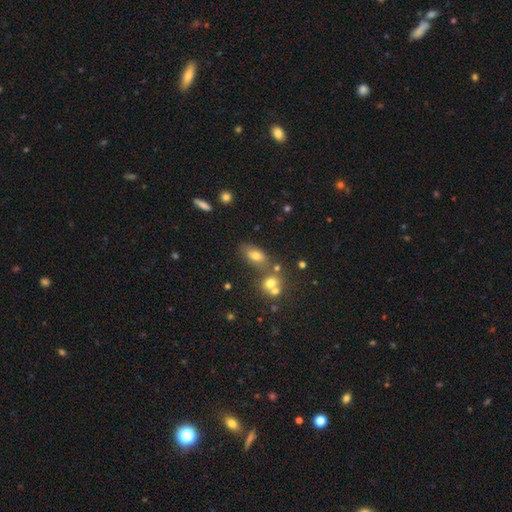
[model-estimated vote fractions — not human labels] Smooth or featured?
  - smooth: 69% *
  - featured or disk: 17%
  - star or artifact: 14%
How rounded?
  - in between: 82% *
  - round: 12%
  - cigar-shaped: 6%
Merging?
  - none: 60% *
  - merger: 19%
  - minor disturbance: 15%
  - major disturbance: 6%